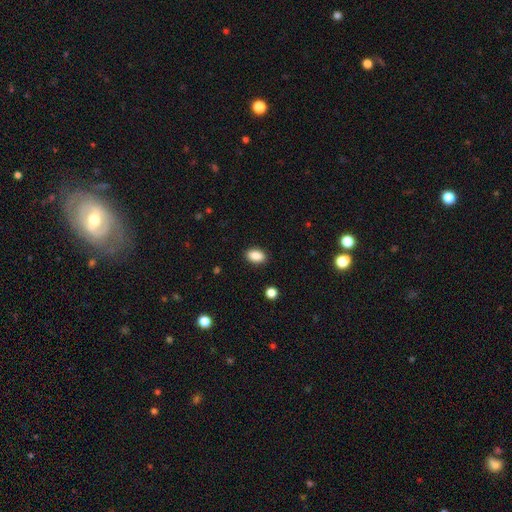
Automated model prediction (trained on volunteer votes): smooth 89%, star or artifact 8%, featured or disk 3%. Down the decision tree: how rounded — in between (89%); merging — none (89%).